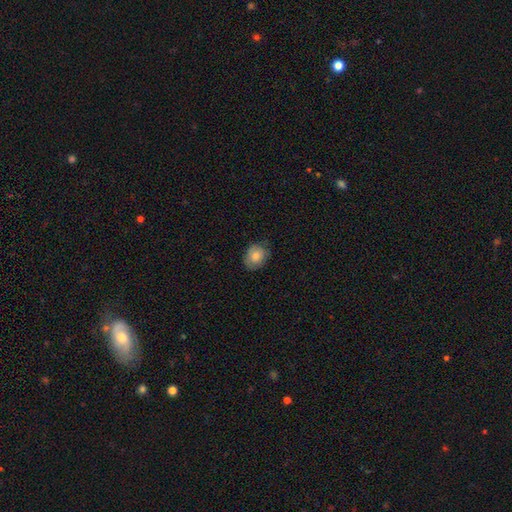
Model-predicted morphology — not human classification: smooth-or-featured: smooth: 78% | featured or disk: 14% | star or artifact: 8%
  how-rounded: round: 51% | in between: 48% | cigar-shaped: 1%
  merging: none: 74% | minor disturbance: 21% | major disturbance: 4% | merger: 1%